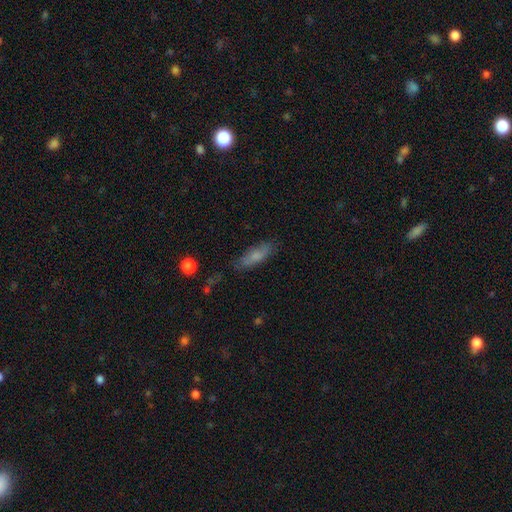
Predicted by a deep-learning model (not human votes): A smooth galaxy with no disk features (70%) that is in between round and cigar-shaped (49%).

Vote fractions:
- Smooth or featured? smooth: 70% / featured or disk: 22% / star or artifact: 8%
- How rounded? in between: 49% / cigar-shaped: 48% / round: 3%
- Merging? none: 70% / minor disturbance: 21% / major disturbance: 6% / merger: 2%